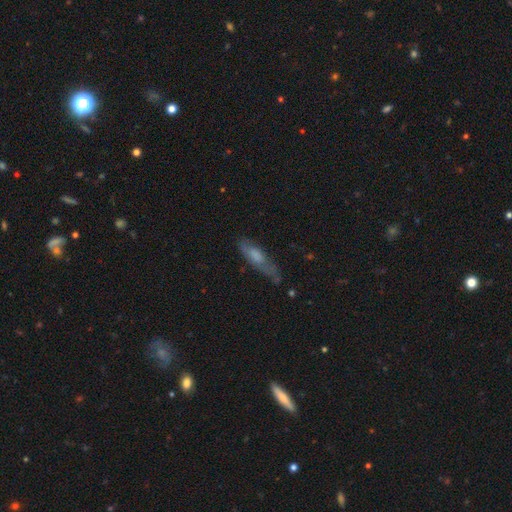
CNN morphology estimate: smooth_or_featured: smooth (p=0.56) [alt: featured or disk p=0.36]
how_rounded: cigar-shaped (p=0.59) [alt: in between p=0.39]
merging: none (p=0.56) [alt: minor disturbance p=0.27]